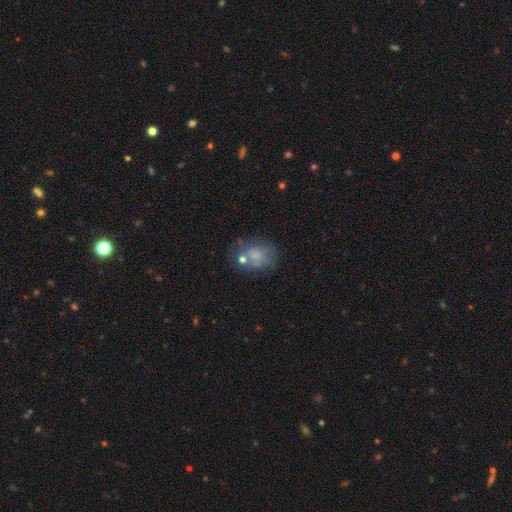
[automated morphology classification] Smooth or featured: smooth — 64% (featured or disk — 24%)
How rounded: in between — 60% (round — 39%)
Merging: none — 50% (minor disturbance — 22%)